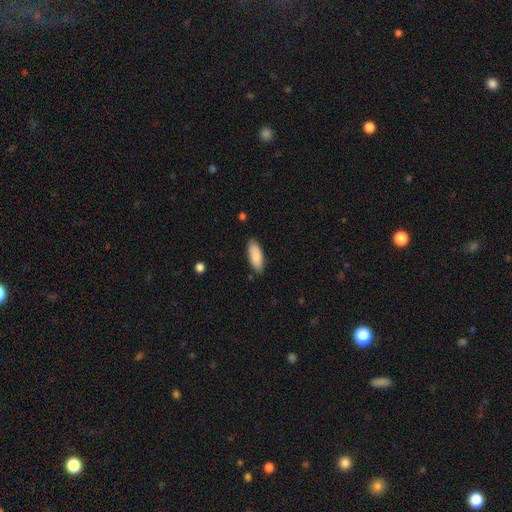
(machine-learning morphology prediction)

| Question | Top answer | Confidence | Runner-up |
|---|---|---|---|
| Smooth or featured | smooth | 89% | star or artifact (6%) |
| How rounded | in between | 78% | cigar-shaped (21%) |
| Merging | none | 84% | minor disturbance (12%) |